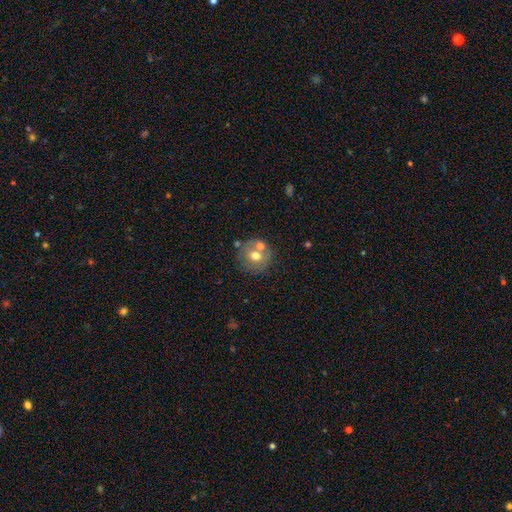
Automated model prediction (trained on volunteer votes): Overall: smooth (58%; featured or disk 32%). How rounded: round (88%). Merging: none (62%).